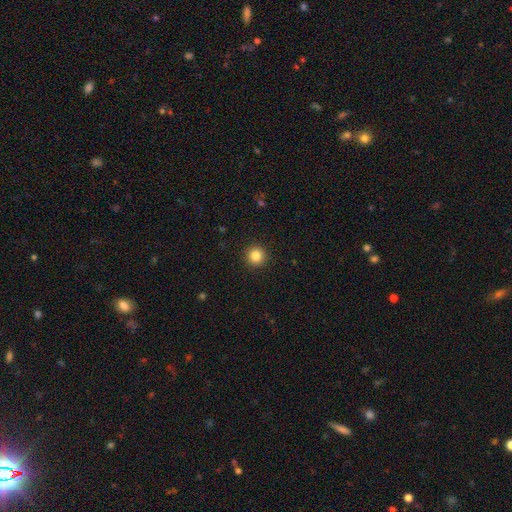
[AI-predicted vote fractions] smooth 84%, star or artifact 11%, featured or disk 5%. Down the decision tree: how rounded — round (95%); merging — none (93%).